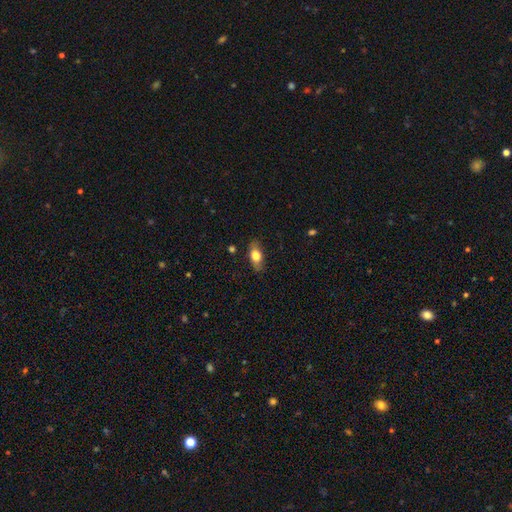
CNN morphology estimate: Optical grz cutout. It shows a smooth galaxy with no disk features (69%) that is in between round and cigar-shaped (80%). Merging: none (82%).